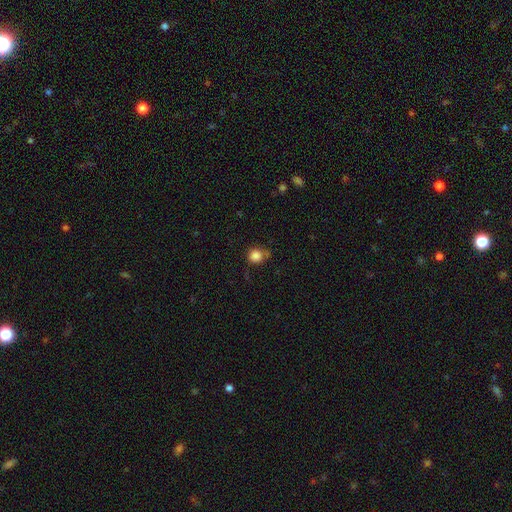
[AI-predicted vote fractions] Smooth or featured? Predicted: smooth (p=0.85). How rounded? Predicted: round (p=0.86). Merging? Predicted: none (p=0.67).